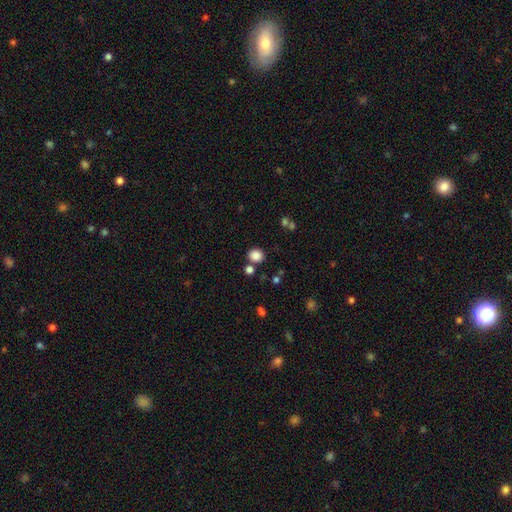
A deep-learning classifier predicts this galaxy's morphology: Smooth or featured?
  - smooth: 85% *
  - star or artifact: 11%
  - featured or disk: 4%
How rounded?
  - round: 72% *
  - in between: 27%
  - cigar-shaped: 1%
Merging?
  - none: 78% *
  - merger: 10%
  - minor disturbance: 9%
  - major disturbance: 3%